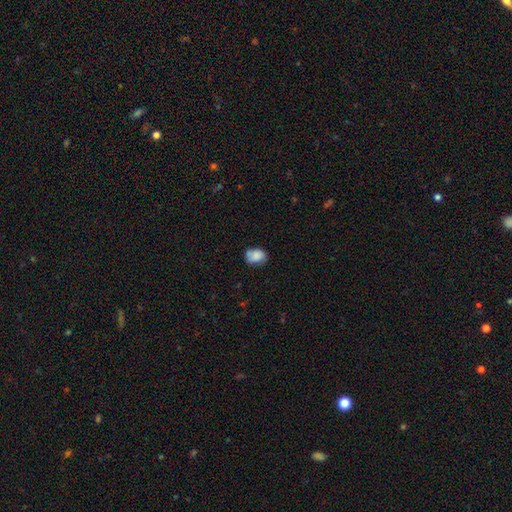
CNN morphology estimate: smooth 81%, featured or disk 11%, star or artifact 8%. Down the decision tree: how rounded — in between (72%); merging — none (62%).